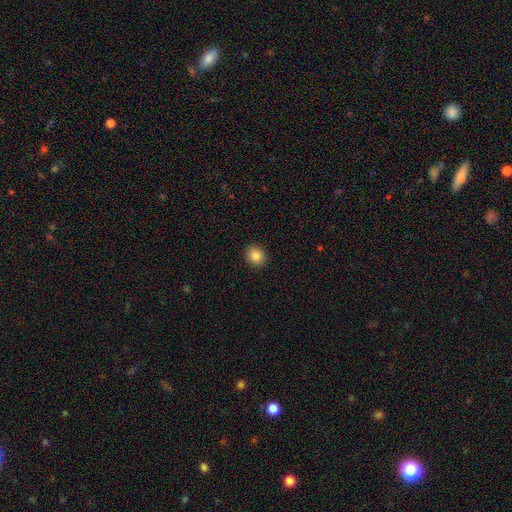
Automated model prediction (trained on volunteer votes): smooth 84%, star or artifact 10%, featured or disk 6%. Down the decision tree: how rounded — round (76%); merging — none (92%).